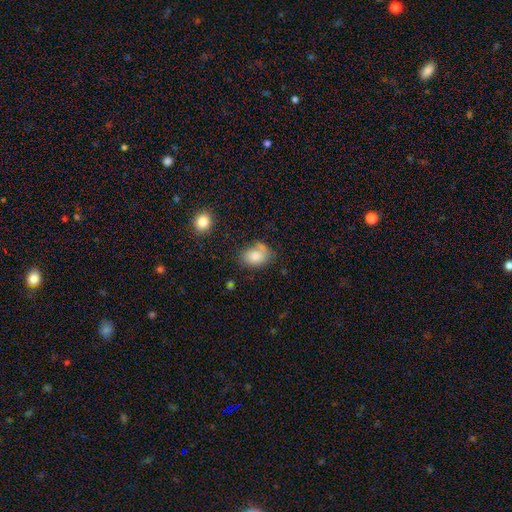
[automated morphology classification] Smooth or featured?
  - smooth: 75% *
  - featured or disk: 17%
  - star or artifact: 8%
How rounded?
  - in between: 74% *
  - round: 25%
  - cigar-shaped: 1%
Merging?
  - none: 56% *
  - minor disturbance: 24%
  - major disturbance: 12%
  - merger: 9%